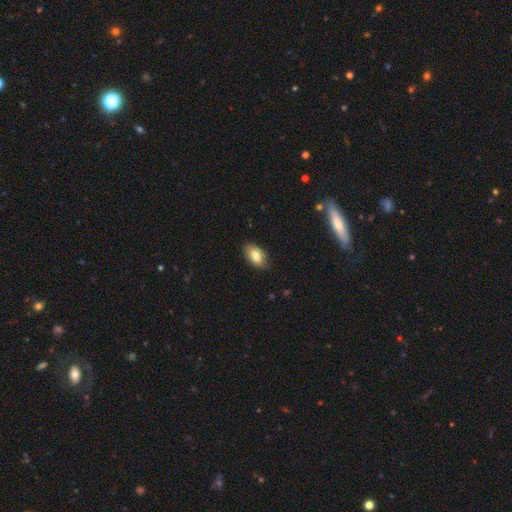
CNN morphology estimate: Overall: smooth (81%). How rounded: in between (92%). Merging: none (84%).